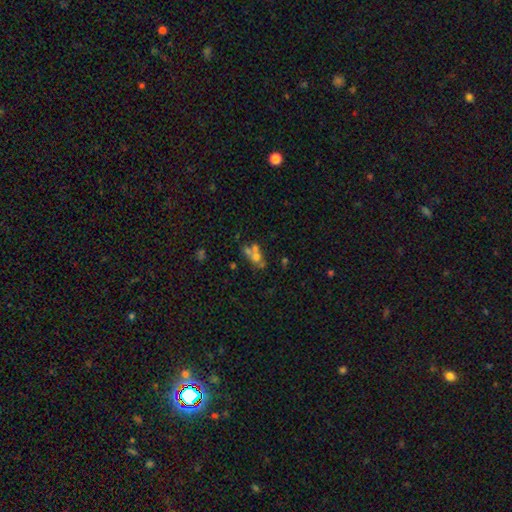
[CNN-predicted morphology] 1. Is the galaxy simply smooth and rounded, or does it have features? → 42% smooth, 36% featured or disk, 22% star or artifact.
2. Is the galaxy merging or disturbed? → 47% merger, 35% none, 10% minor disturbance, 8% major disturbance.